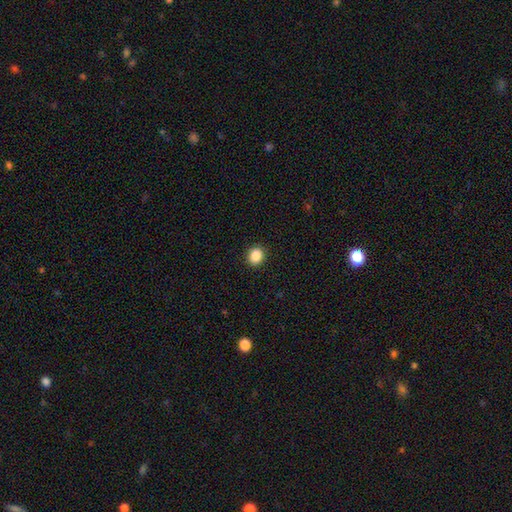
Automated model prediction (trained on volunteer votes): A smooth galaxy with no disk features (87%) that is round (71%).

Vote fractions:
- Smooth or featured? smooth: 87% / star or artifact: 10% / featured or disk: 3%
- How rounded? round: 71% / in between: 29% / cigar-shaped: 1%
- Merging? none: 92% / minor disturbance: 6% / major disturbance: 2% / merger: 1%